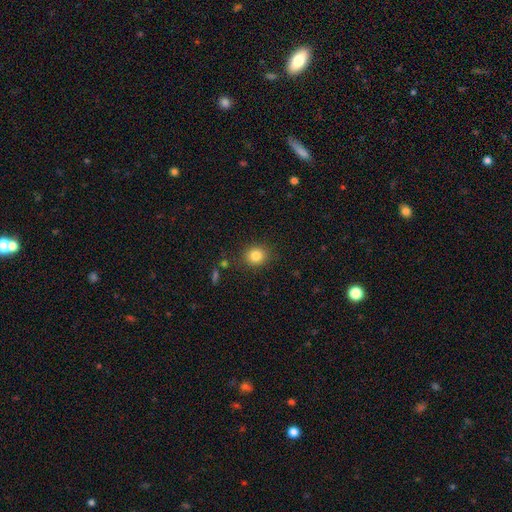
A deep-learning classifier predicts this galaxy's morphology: Smooth or featured? smooth (83%)
How rounded? round (80%)
Merging? none (87%)